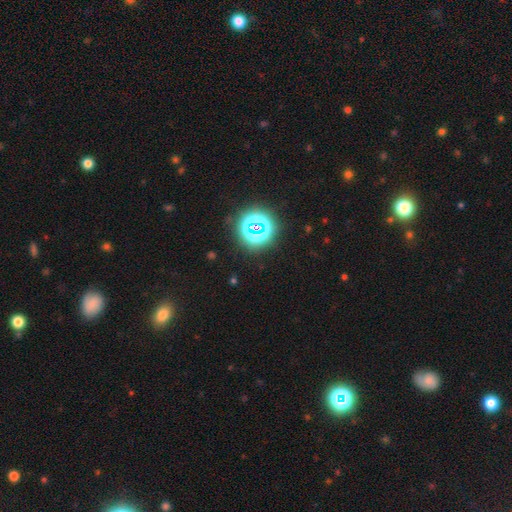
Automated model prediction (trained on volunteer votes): The model was most divided on "smooth or featured": star or artifact: 73%, smooth: 20%, featured or disk: 7%.